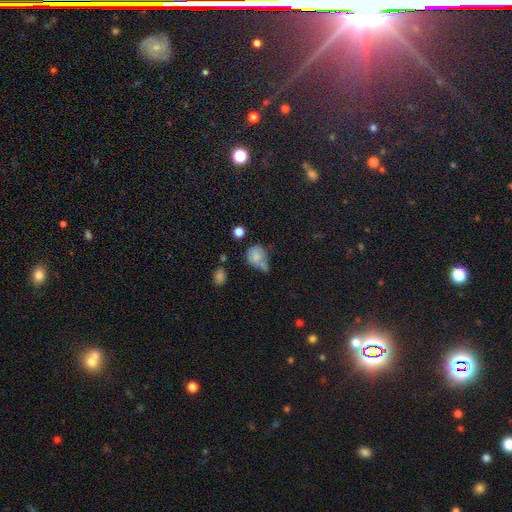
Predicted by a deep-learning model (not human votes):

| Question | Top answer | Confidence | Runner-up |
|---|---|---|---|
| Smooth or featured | smooth | 72% | featured or disk (16%) |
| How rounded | round | 53% | in between (46%) |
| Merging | none | 31% | minor disturbance (30%) |